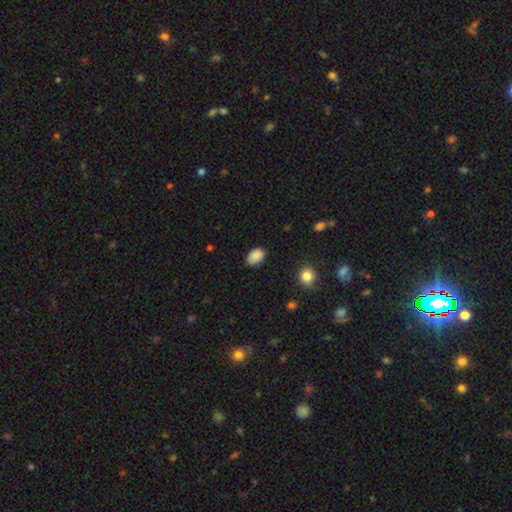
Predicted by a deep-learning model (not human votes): Morphology: type=smooth (88%); roundness=in between (84%); merging=none (83%).